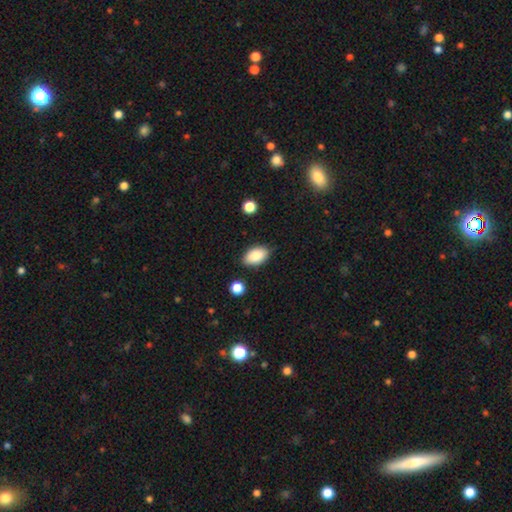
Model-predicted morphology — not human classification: smooth_or_featured: smooth (p=0.86) [alt: star or artifact p=0.07]
how_rounded: in between (p=0.92) [alt: round p=0.06]
merging: none (p=0.83) [alt: minor disturbance p=0.12]